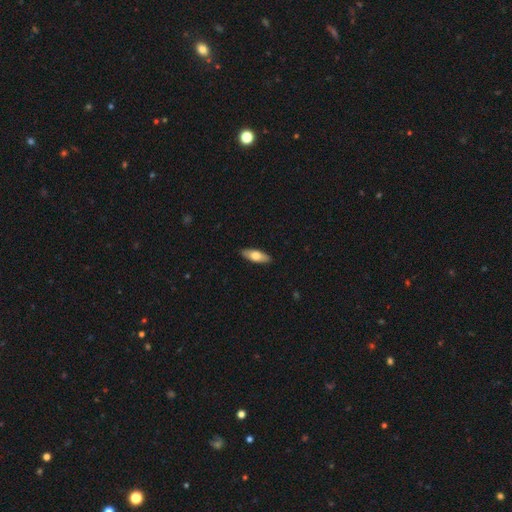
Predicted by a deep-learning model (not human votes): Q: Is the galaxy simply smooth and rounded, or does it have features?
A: smooth — 69%.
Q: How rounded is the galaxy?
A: in between — 64%.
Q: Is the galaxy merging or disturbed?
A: none — 89%.